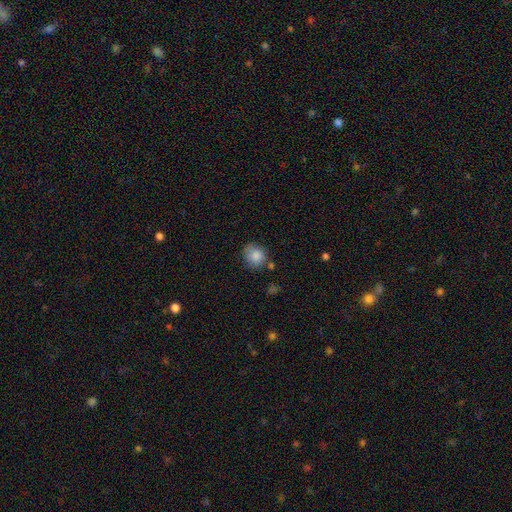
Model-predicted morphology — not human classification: This is clearly a smooth galaxy (85%). How rounded: likely round (73%). Merging: likely none (69%).